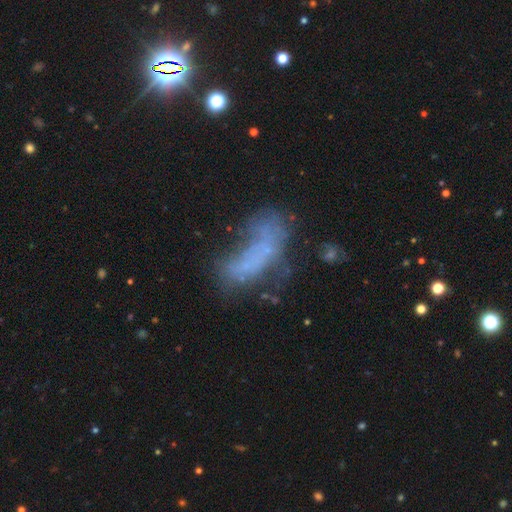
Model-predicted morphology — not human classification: smooth-or-featured: featured or disk: 41% | smooth: 39% | star or artifact: 20%
  merging: major disturbance: 40% | none: 26% | minor disturbance: 19% | merger: 14%